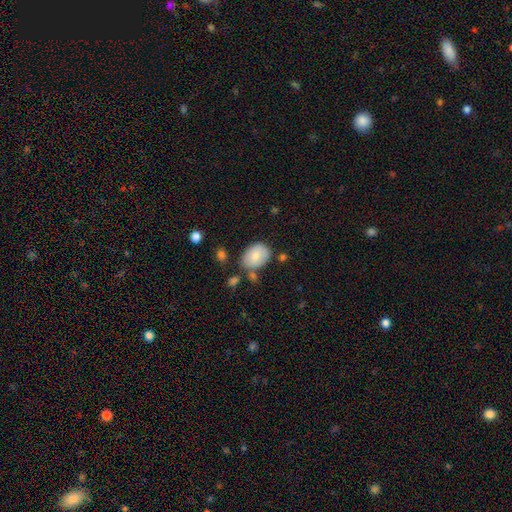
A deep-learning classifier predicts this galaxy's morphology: Smooth or featured? Predicted: smooth (p=0.77). How rounded? Predicted: in between (p=0.77). Merging? Predicted: none (p=0.65).